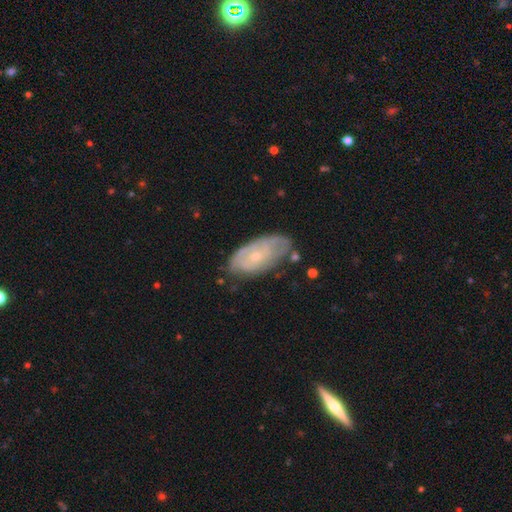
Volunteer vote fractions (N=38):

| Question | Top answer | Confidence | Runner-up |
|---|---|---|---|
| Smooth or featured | featured or disk | 50% | smooth (47%) |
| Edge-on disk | no | 89% | yes (11%) |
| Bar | no | 76% | weak (24%) |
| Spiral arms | yes | 65% | no (35%) |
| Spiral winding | tight | 64% | medium (36%) |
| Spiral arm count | can't tell | 55% | 2 (27%) |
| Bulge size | small | 53% | moderate (47%) |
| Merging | none | 70% | minor disturbance (24%) |